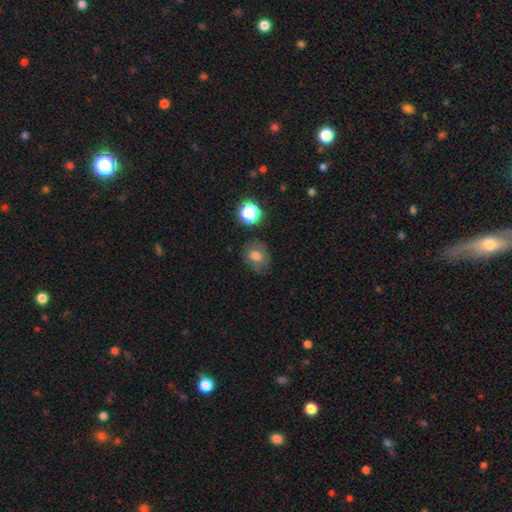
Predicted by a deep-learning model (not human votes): Overall: smooth (67%). How rounded: round (58%; in between 41%). Merging: none (71%).